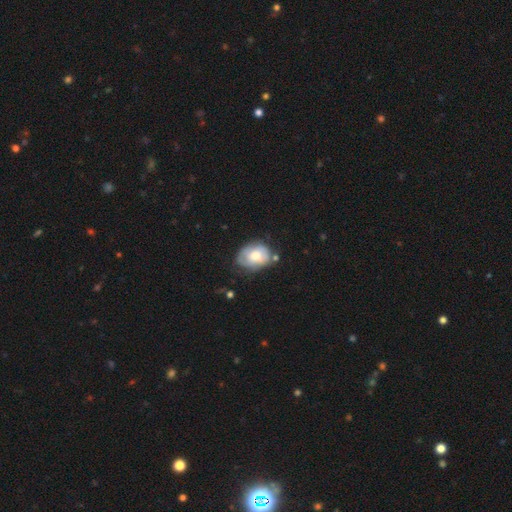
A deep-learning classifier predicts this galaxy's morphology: This is possibly a smooth galaxy (54%). How rounded: likely in between (66%). Merging: possibly none (55%).